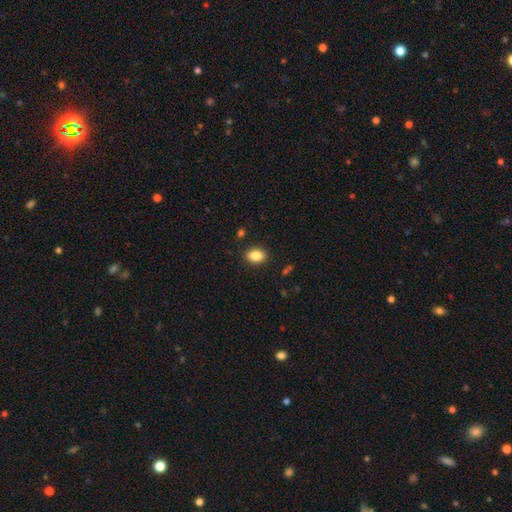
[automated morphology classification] Q: Smooth or featured?
A: smooth (86%); runner-up: star or artifact (9%)
Q: How rounded?
A: in between (76%); runner-up: round (22%)
Q: Merging?
A: none (88%); runner-up: minor disturbance (9%)